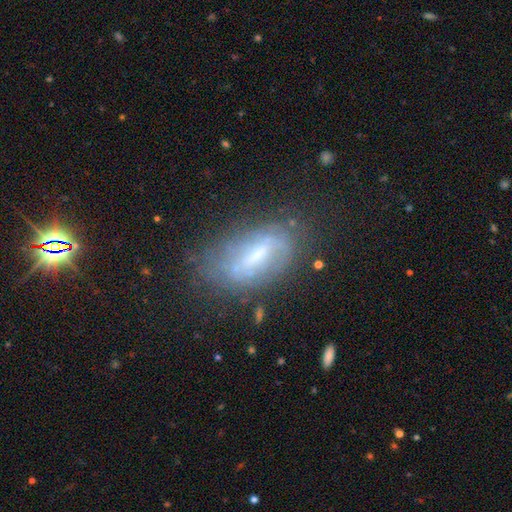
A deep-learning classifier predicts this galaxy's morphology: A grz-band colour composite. It shows a featured or disk galaxy (58%). Merging: none (60%).